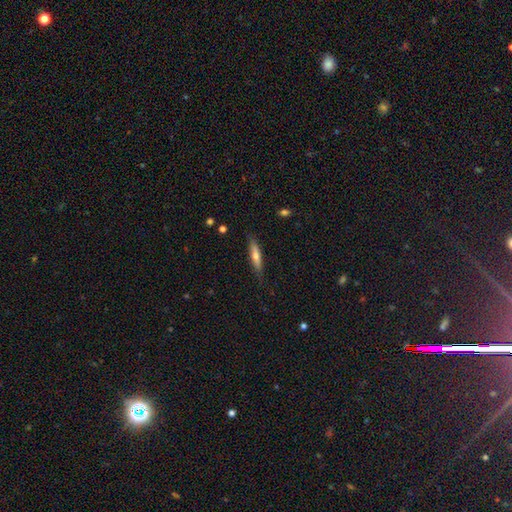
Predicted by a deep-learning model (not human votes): This appears to be a smooth galaxy with no disk features (58%) that is cigar-shaped (82%). Merging: none (83%).